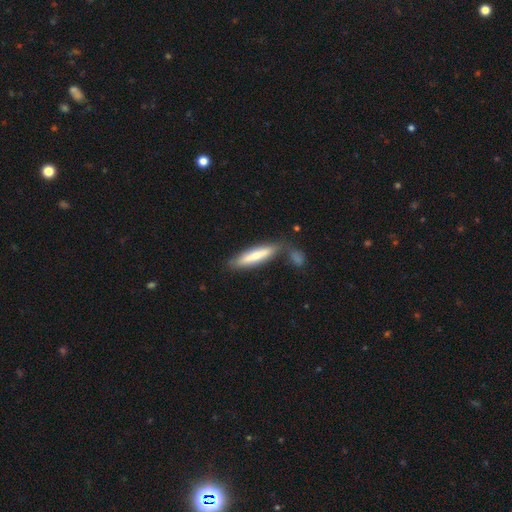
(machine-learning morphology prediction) Q: Smooth or featured?
A: smooth (66%); runner-up: featured or disk (29%)
Q: How rounded?
A: cigar-shaped (82%); runner-up: in between (16%)
Q: Merging?
A: none (63%); runner-up: merger (17%)